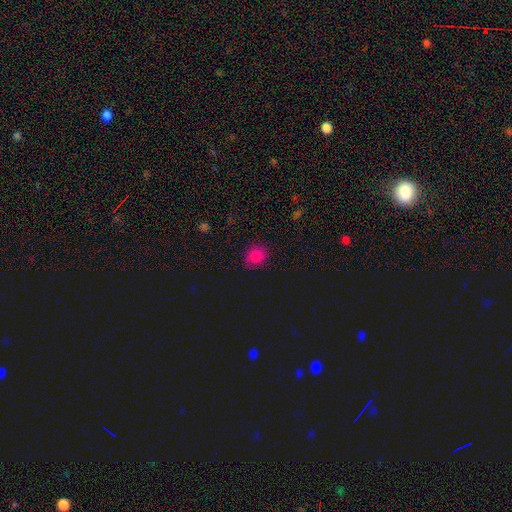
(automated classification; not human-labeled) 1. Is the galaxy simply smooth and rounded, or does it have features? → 81% smooth, 13% star or artifact, 6% featured or disk.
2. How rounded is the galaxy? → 67% round, 32% in between, 1% cigar-shaped.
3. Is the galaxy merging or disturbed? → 82% none, 14% minor disturbance, 3% major disturbance, 1% merger.